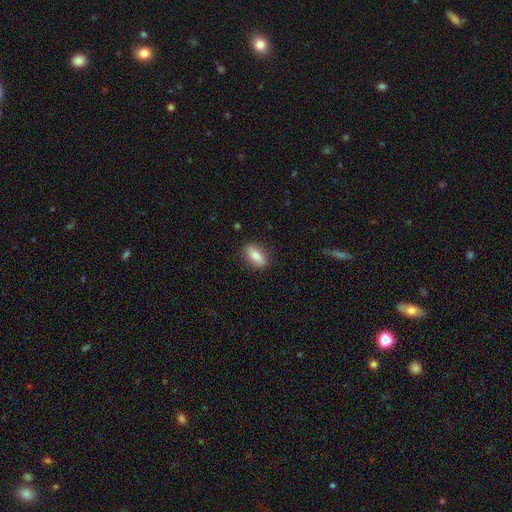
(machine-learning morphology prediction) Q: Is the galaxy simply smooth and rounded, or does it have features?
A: smooth — 77%.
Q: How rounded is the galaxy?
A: in between — 79%.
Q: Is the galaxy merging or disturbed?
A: none — 86%.